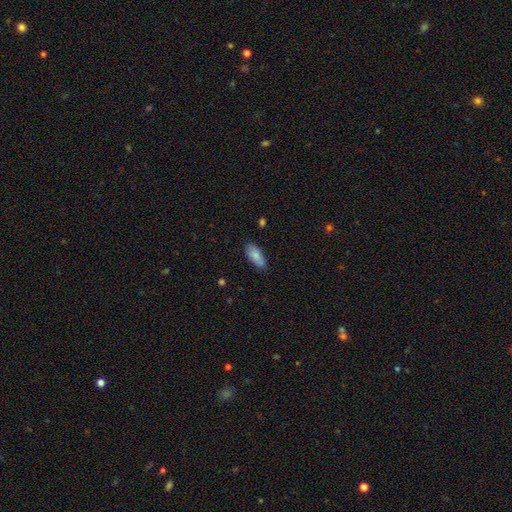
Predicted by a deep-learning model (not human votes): A smooth galaxy with no disk features (81%) that is in between round and cigar-shaped (86%).

Vote fractions:
- Smooth or featured? smooth: 81% / featured or disk: 13% / star or artifact: 6%
- How rounded? in between: 86% / cigar-shaped: 12% / round: 2%
- Merging? none: 76% / minor disturbance: 19% / major disturbance: 3% / merger: 3%